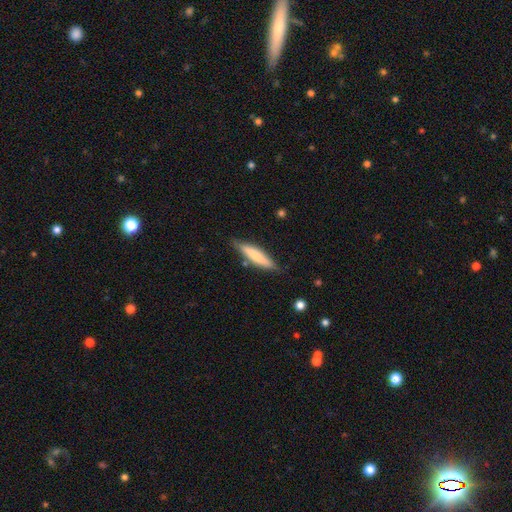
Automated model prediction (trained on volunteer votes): A smooth galaxy with no disk features (68%) that is cigar-shaped (83%).

Vote fractions:
- Smooth or featured? smooth: 68% / featured or disk: 26% / star or artifact: 6%
- How rounded? cigar-shaped: 83% / in between: 16% / round: 1%
- Merging? none: 78% / minor disturbance: 16% / major disturbance: 3% / merger: 3%